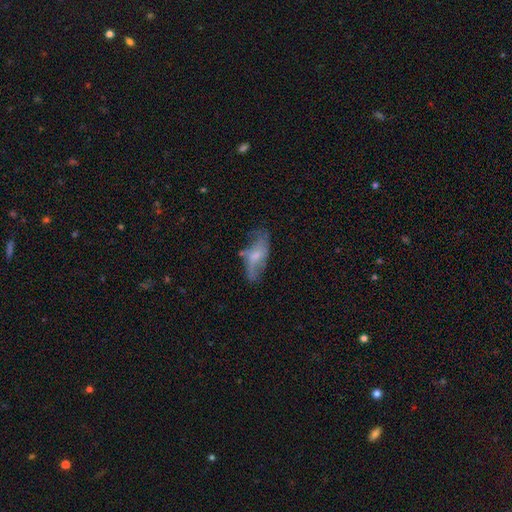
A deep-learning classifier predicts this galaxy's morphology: Smooth or featured? featured or disk (50%)
Edge-on disk? no (84%)
Merging? none (42%)